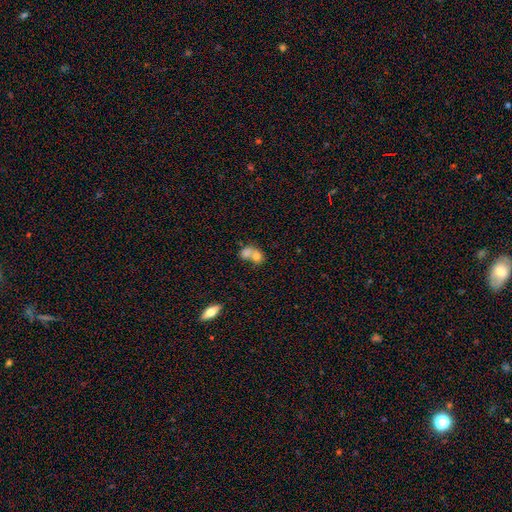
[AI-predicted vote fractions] smooth-or-featured: smooth: 73% | featured or disk: 18% | star or artifact: 9%
  how-rounded: in between: 49% (tied) | round: 49% (tied) | cigar-shaped: 2%
  merging: merger: 71% | none: 19% | minor disturbance: 6% | major disturbance: 4%